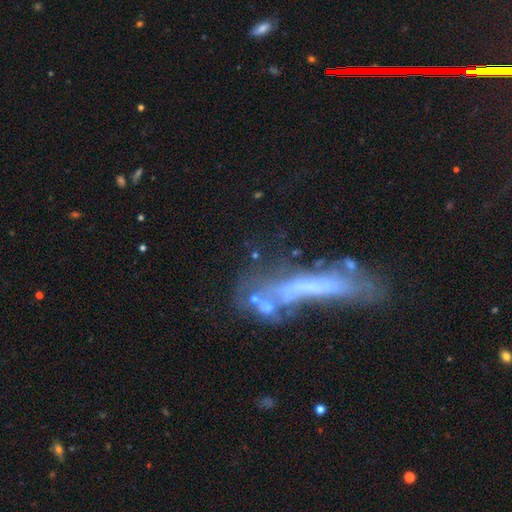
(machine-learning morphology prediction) A featured or disk galaxy (50%).

Vote fractions:
- Smooth or featured? featured or disk: 50% / smooth: 33% / star or artifact: 17%
- Merging? none: 30% / merger: 28% / major disturbance: 27% / minor disturbance: 15%